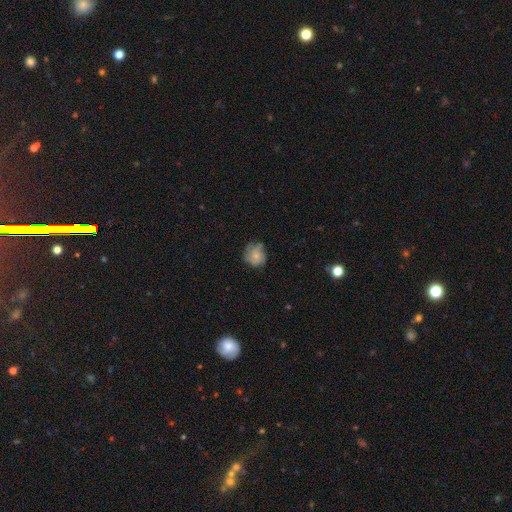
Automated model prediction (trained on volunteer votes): This appears to be a smooth galaxy with no disk features (57%) that is round (77%). Merging: none (59%).